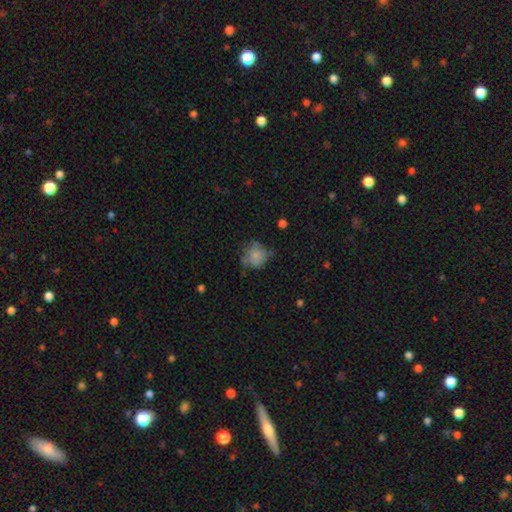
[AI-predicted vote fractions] The model was most divided on "merging": none: 53%, minor disturbance: 30%, major disturbance: 13%, merger: 4%. More confident: how rounded — round (77%); smooth or featured — smooth (71%).